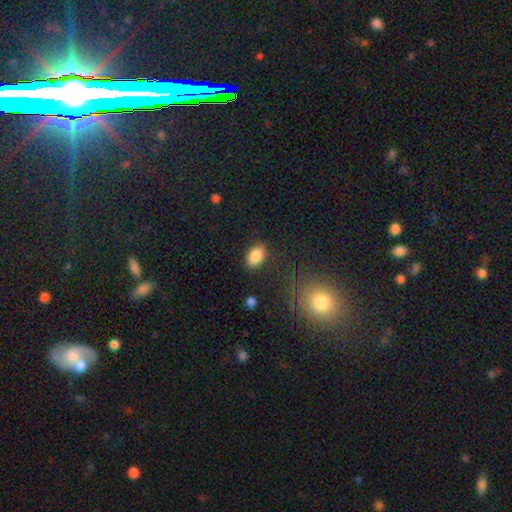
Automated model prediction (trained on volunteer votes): smooth_or_featured: smooth (p=0.86) [alt: star or artifact p=0.09]
how_rounded: in between (p=0.89) [alt: round p=0.09]
merging: none (p=0.84) [alt: minor disturbance p=0.12]